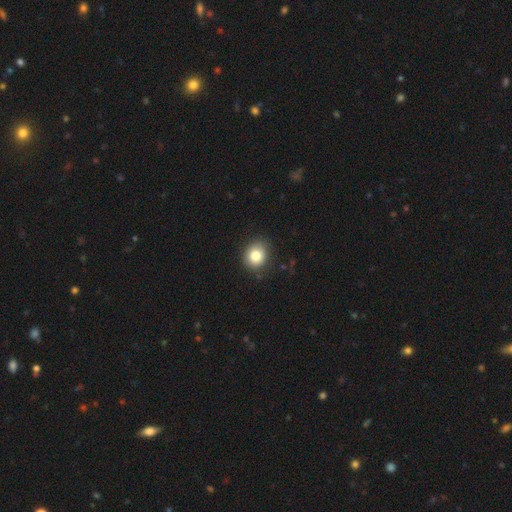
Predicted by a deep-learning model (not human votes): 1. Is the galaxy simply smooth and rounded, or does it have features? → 81% smooth, 10% star or artifact, 9% featured or disk.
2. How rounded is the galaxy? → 70% round, 29% in between, 1% cigar-shaped.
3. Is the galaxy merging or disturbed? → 84% none, 12% minor disturbance, 3% major disturbance, 1% merger.